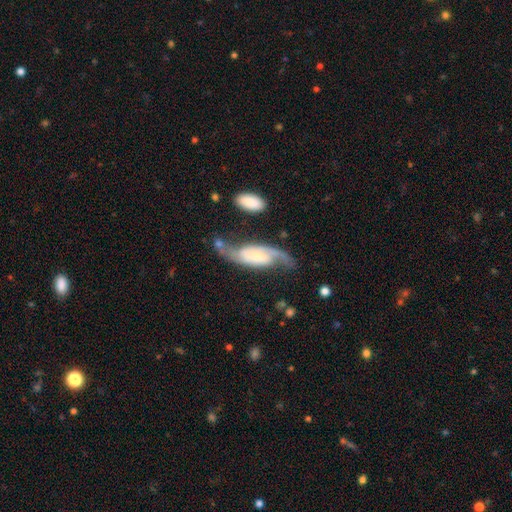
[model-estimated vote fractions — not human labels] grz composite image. It shows a featured or disk galaxy (83%) with no bar (43%), 2 (91%) loose (57%) spiral arms (96%) and a small central bulge (34%). Merging: none (59%).